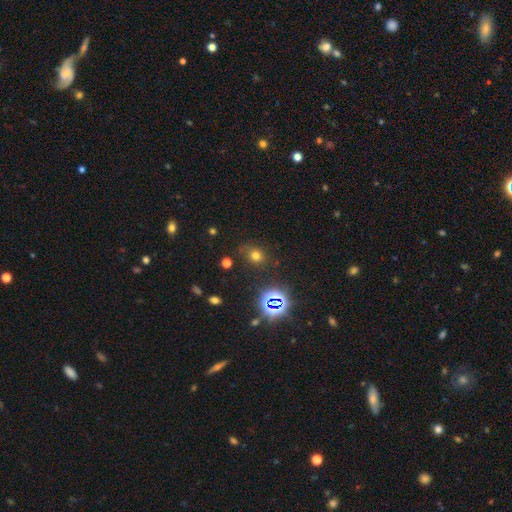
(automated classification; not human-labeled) smooth-or-featured: smooth: 62% | star or artifact: 27% | featured or disk: 10%
  how-rounded: round: 58% | in between: 41% | cigar-shaped: 1%
  merging: none: 71% | minor disturbance: 18% | major disturbance: 8% | merger: 3%